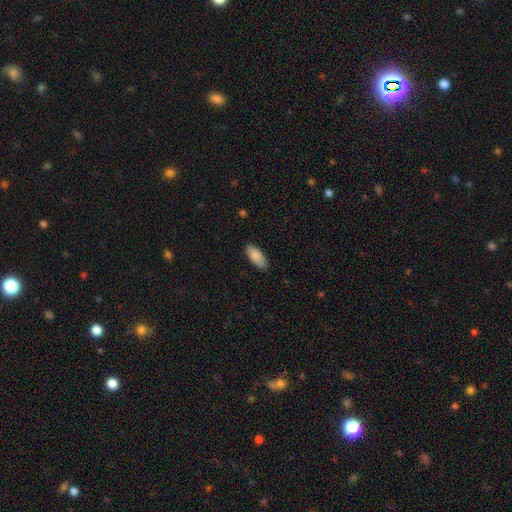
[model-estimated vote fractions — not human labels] A smooth galaxy with no disk features (88%) that is in between round and cigar-shaped (89%). Merging: none (87%).